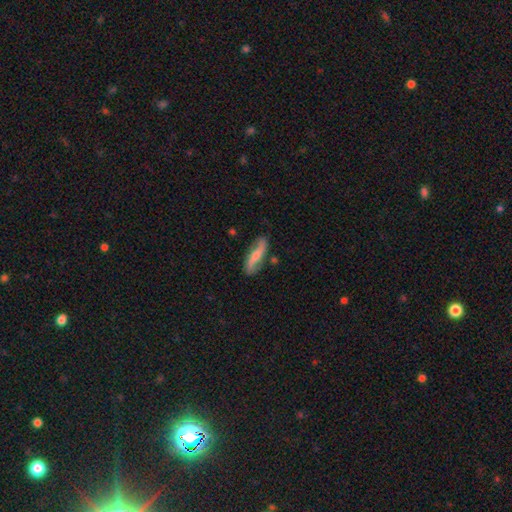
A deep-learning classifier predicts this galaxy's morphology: Q: Smooth or featured?
A: featured or disk (59%); runner-up: smooth (35%)
Q: Edge-on disk?
A: no (73%); runner-up: yes (27%)
Q: Merging?
A: none (78%); runner-up: minor disturbance (16%)